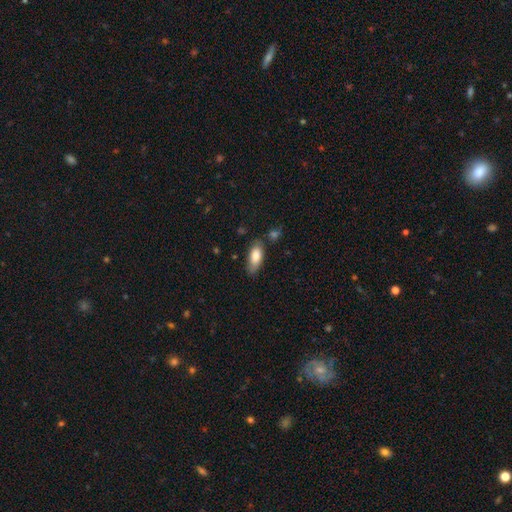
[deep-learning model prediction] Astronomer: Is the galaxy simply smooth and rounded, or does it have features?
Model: smooth — 82%.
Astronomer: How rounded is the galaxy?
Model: in between — 83%.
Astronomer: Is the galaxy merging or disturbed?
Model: none — 68%.